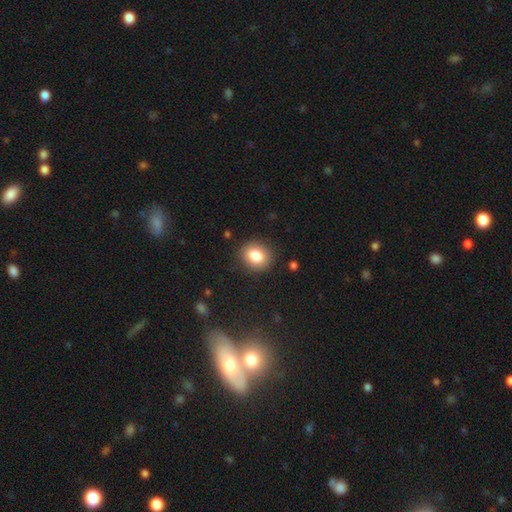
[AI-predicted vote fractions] Smooth or featured? Predicted: smooth (p=0.83). How rounded? Predicted: round (p=0.71). Merging? Predicted: none (p=0.88).